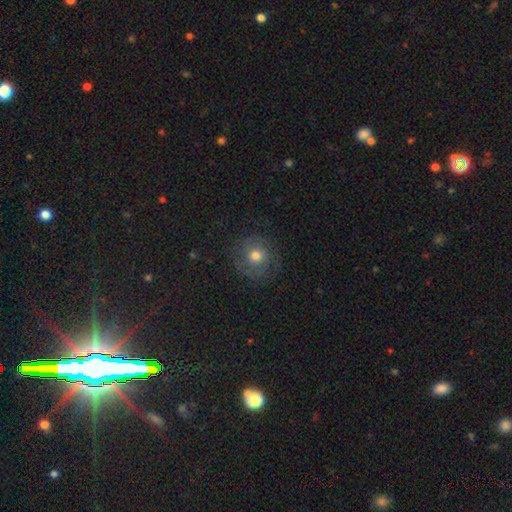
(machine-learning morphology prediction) smooth 49%, featured or disk 39%, star or artifact 12%. Down the decision tree: merging — none (77%).